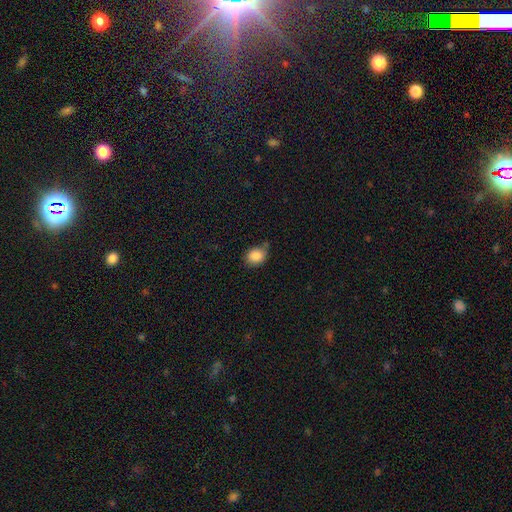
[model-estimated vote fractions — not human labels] Smooth or featured? smooth (85%)
How rounded? round (54%)
Merging? none (61%)